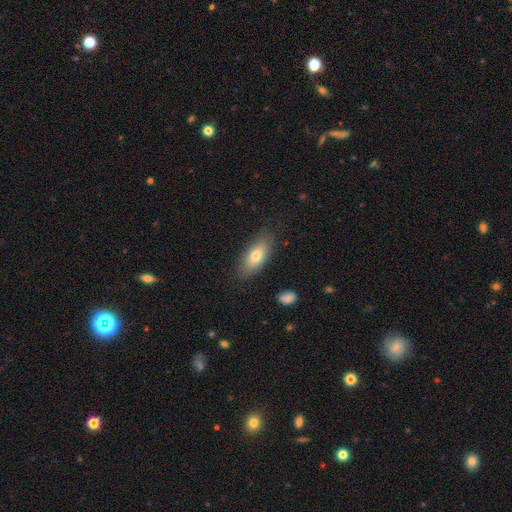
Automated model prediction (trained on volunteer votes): Q: Smooth or featured?
A: smooth (74%); runner-up: featured or disk (20%)
Q: How rounded?
A: in between (78%); runner-up: cigar-shaped (19%)
Q: Merging?
A: none (82%); runner-up: minor disturbance (13%)